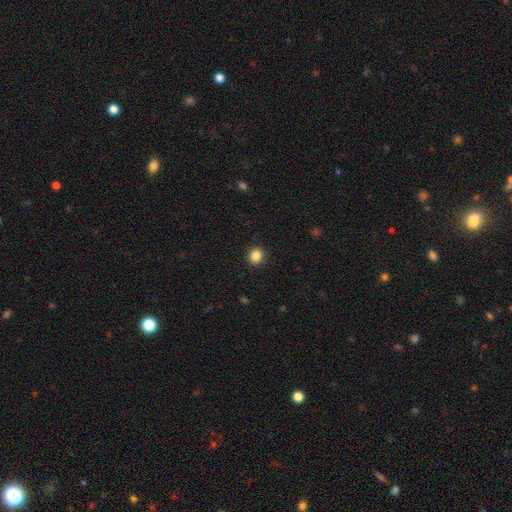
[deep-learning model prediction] Smooth or featured? smooth (86%)
How rounded? round (75%)
Merging? none (91%)